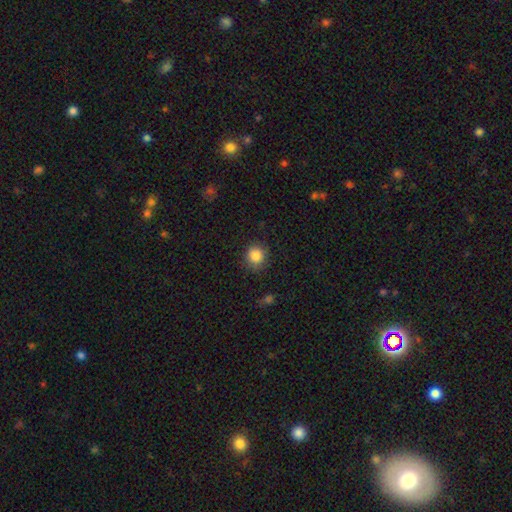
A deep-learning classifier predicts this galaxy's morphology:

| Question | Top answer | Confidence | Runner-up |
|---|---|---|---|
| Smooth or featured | smooth | 85% | star or artifact (10%) |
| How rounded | round | 89% | in between (10%) |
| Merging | none | 84% | minor disturbance (11%) |